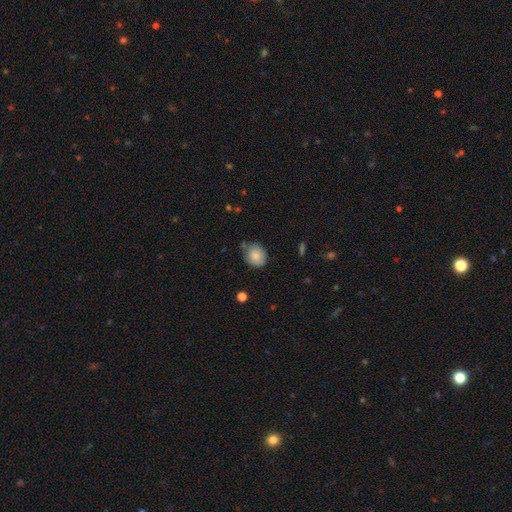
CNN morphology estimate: This appears to be a smooth galaxy with no disk features (83%) that is round (66%). Merging: none (70%).